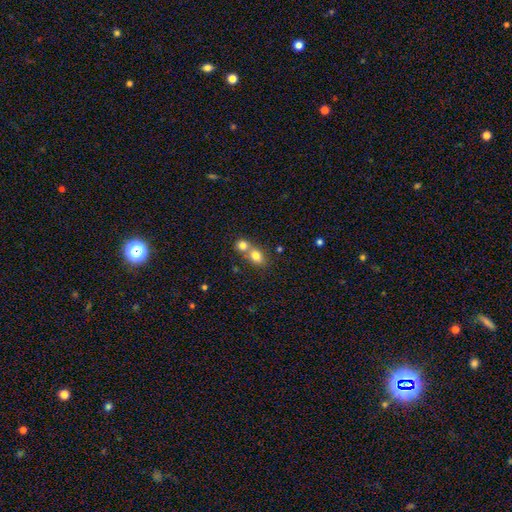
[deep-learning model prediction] smooth_or_featured: smooth (p=0.79) [alt: featured or disk p=0.11]
how_rounded: in between (p=0.52) [alt: round p=0.46]
merging: merger (p=0.59) [alt: none p=0.32]